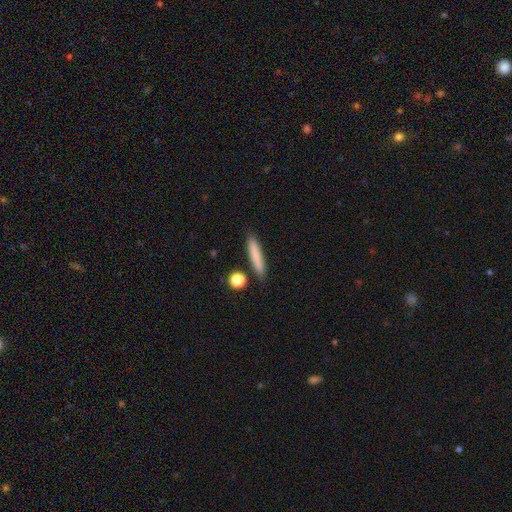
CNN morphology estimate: smooth-or-featured: smooth: 80% | featured or disk: 13% | star or artifact: 7%
  how-rounded: cigar-shaped: 89% | in between: 9% | round: 2%
  merging: none: 85% | minor disturbance: 9% | merger: 4% | major disturbance: 2%